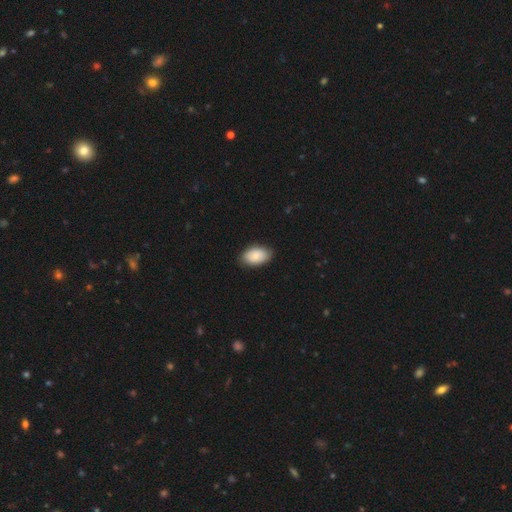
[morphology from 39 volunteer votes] Volunteers were most divided on "smooth or featured": smooth: 69%, featured or disk: 26%, star or artifact: 5%. More confident: how rounded — in between (96%); merging — none (92%).